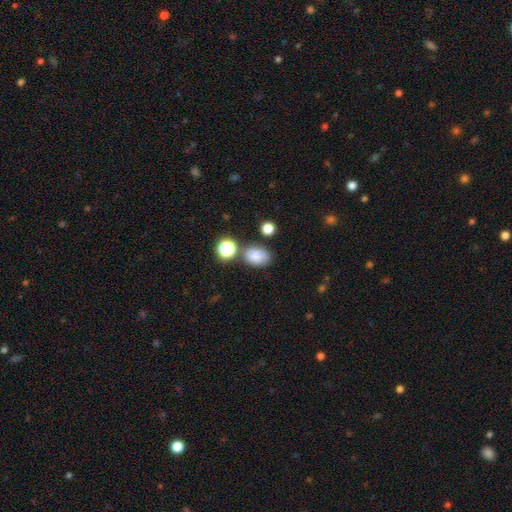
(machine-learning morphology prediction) smooth 80%, star or artifact 12%, featured or disk 8%. Down the decision tree: how rounded — in between (74%); merging — none (67%).